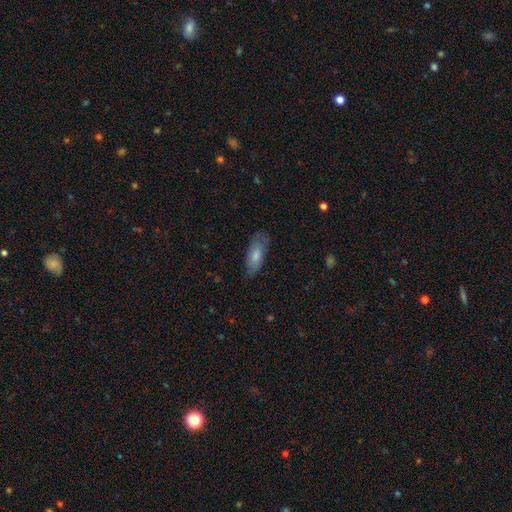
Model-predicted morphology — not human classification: Overall: smooth (73%). How rounded: in between (79%). Merging: none (72%).